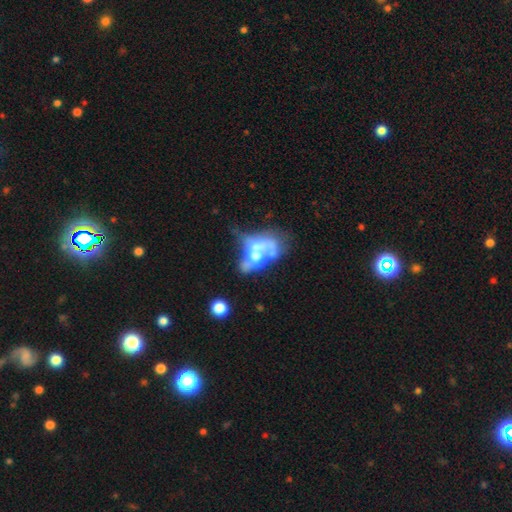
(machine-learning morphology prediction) Overall: featured or disk (57%; smooth 31%). Edge-on disk: no (95%). Bar: no (86%). Spiral arms: no (87%). Bulge size: moderate (47%; large 26%). Merging: merger (48%; major disturbance 29%).